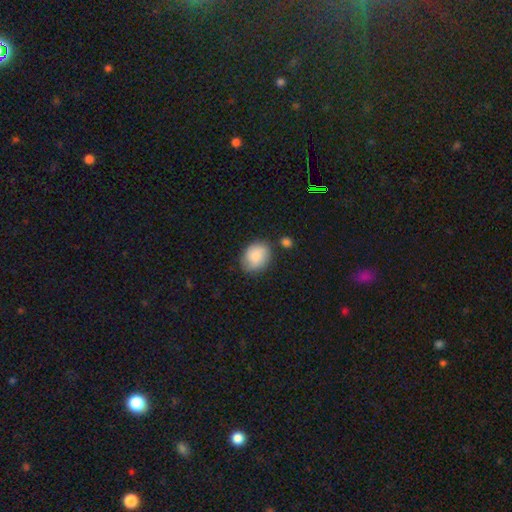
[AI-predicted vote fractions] Smooth or featured? Predicted: smooth (p=0.81). How rounded? Predicted: in between (p=0.53). Merging? Predicted: none (p=0.70).